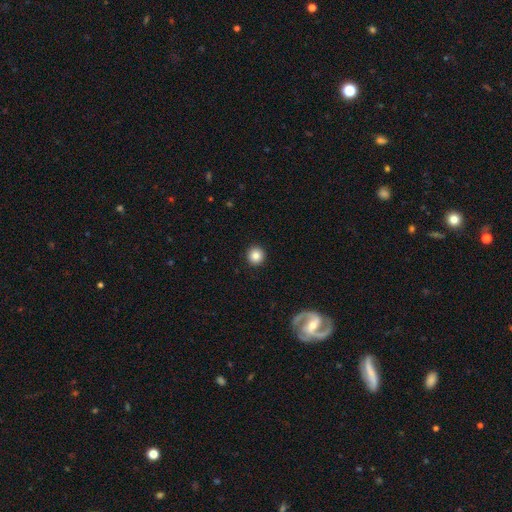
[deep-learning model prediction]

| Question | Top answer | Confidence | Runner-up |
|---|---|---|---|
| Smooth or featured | smooth | 85% | star or artifact (9%) |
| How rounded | round | 95% | in between (4%) |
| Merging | none | 93% | minor disturbance (4%) |